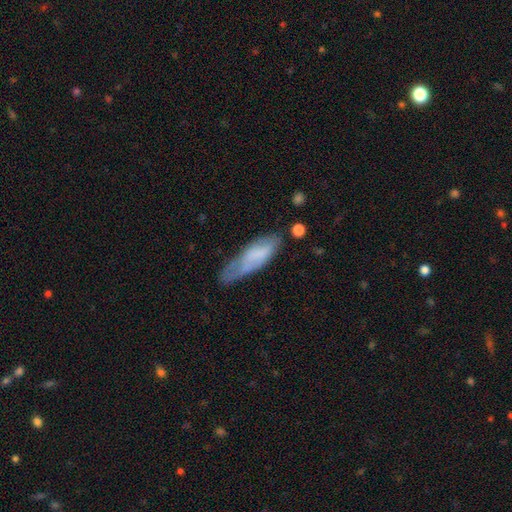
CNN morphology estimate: Smooth or featured?
  - smooth: 61% *
  - featured or disk: 31%
  - star or artifact: 8%
How rounded?
  - in between: 49% * (tied)
  - cigar-shaped: 49% * (tied)
  - round: 2%
Merging?
  - none: 43% *
  - minor disturbance: 35%
  - major disturbance: 18%
  - merger: 5%